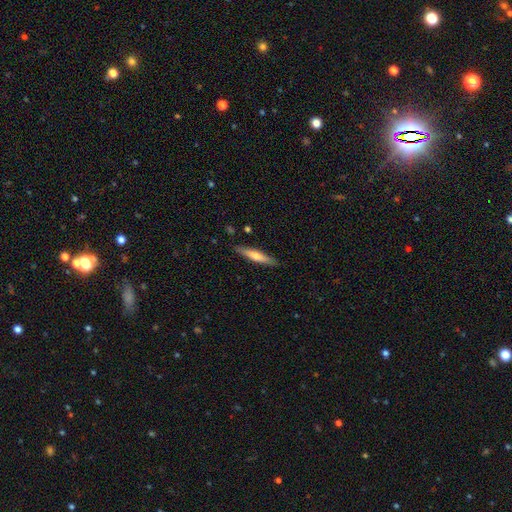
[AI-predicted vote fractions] This is possibly a smooth galaxy (54%). How rounded: clearly cigar-shaped (89%). Merging: clearly none (88%).